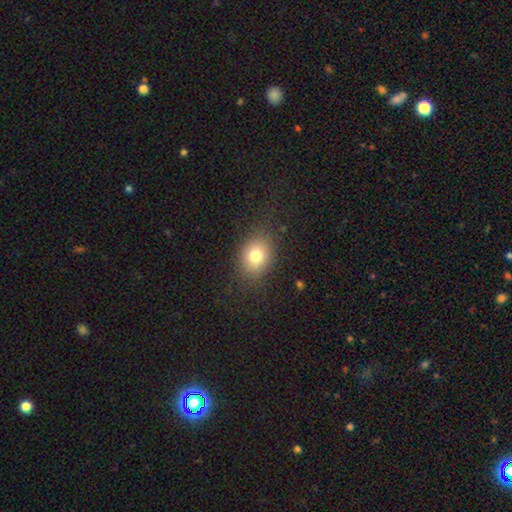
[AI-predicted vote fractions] Overall: smooth (79%). How rounded: in between (61%; round 38%). Merging: none (80%).